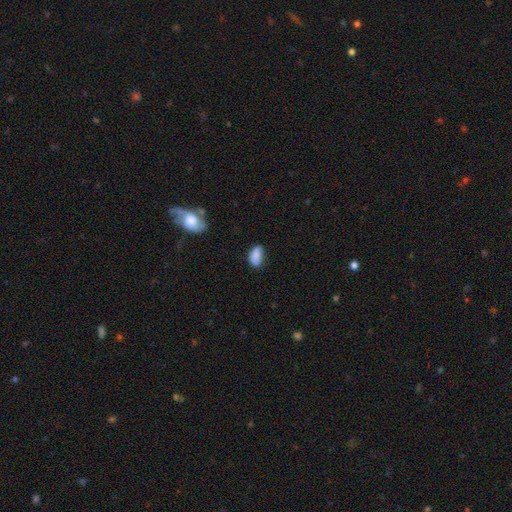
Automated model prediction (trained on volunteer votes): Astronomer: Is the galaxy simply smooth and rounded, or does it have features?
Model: smooth — 84%.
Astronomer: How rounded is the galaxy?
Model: in between — 92%.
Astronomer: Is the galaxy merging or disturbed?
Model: none — 68%.